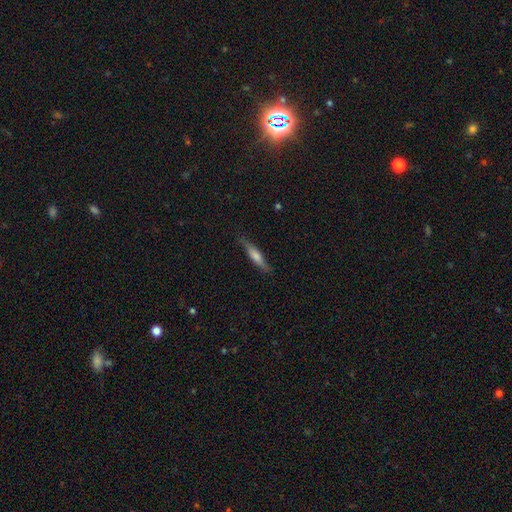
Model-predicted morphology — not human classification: smooth-or-featured: featured or disk: 49% | smooth: 44% | star or artifact: 7%
  merging: none: 83% | minor disturbance: 13% | major disturbance: 2% | merger: 1%